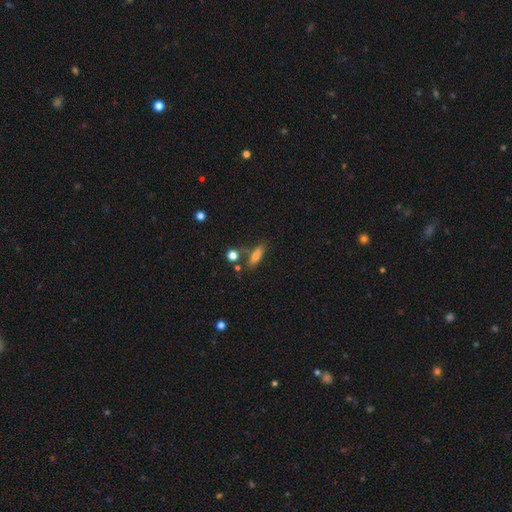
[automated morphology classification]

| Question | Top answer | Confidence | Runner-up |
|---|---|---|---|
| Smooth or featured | smooth | 75% | featured or disk (14%) |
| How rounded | in between | 49% | cigar-shaped (46%) |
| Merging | none | 64% | minor disturbance (18%) |